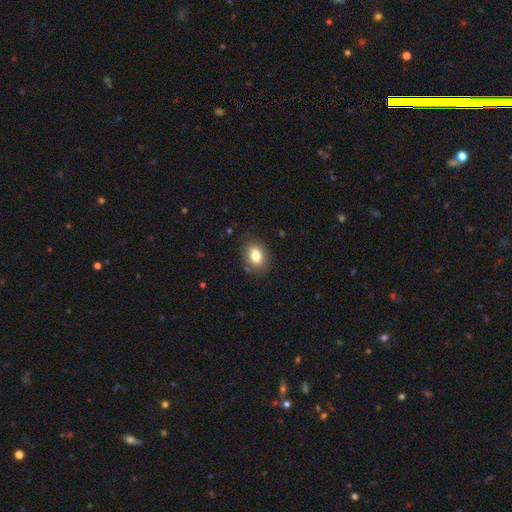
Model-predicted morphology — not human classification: This is clearly a smooth galaxy (81%). How rounded: likely in between (63%). Merging: clearly none (84%).